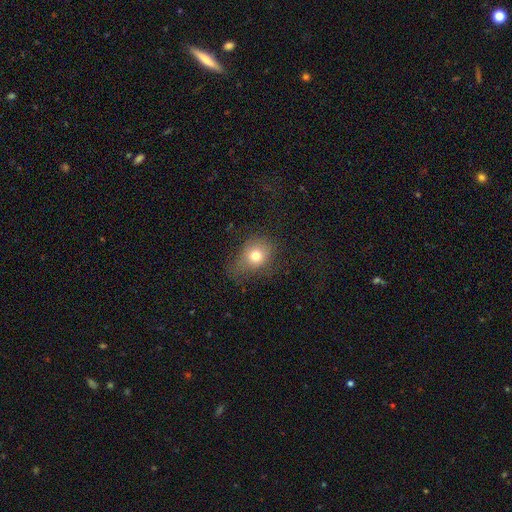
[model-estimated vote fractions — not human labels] Q: Smooth or featured?
A: smooth (74%); runner-up: star or artifact (14%)
Q: How rounded?
A: round (64%); runner-up: in between (35%)
Q: Merging?
A: none (53%); runner-up: minor disturbance (27%)